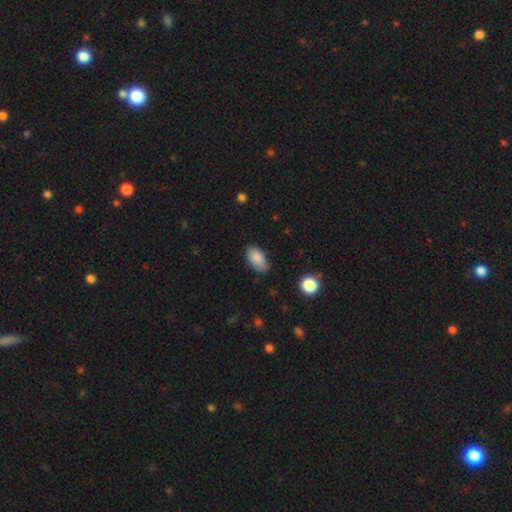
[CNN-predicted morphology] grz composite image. It shows a smooth galaxy with no disk features (87%) that is in between round and cigar-shaped (93%). Merging: none (71%).